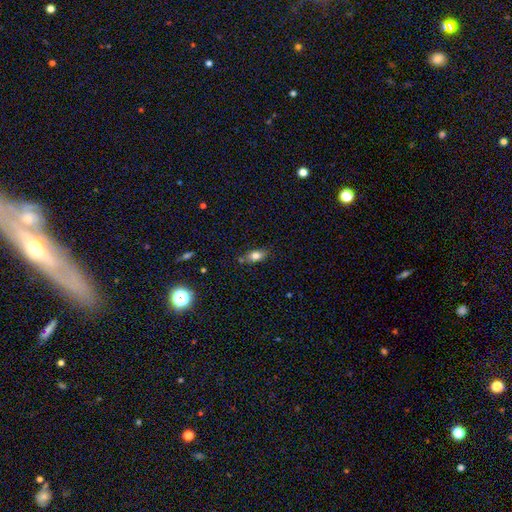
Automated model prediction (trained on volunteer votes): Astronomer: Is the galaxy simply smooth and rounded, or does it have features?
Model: smooth — 80%.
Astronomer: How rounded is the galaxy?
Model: in between — 83%.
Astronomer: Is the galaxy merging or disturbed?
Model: none — 73%.